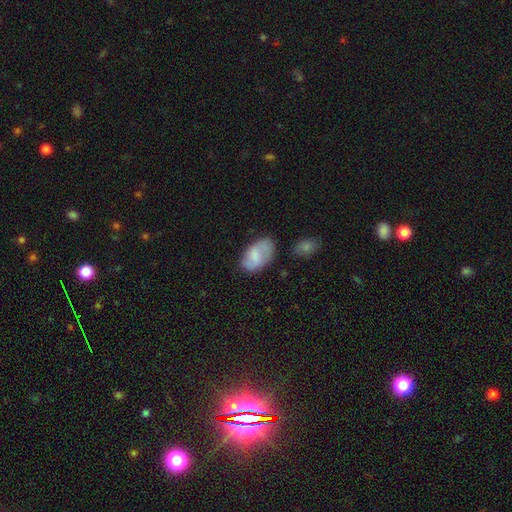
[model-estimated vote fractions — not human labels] Overall: smooth (66%). How rounded: in between (93%). Merging: none (64%; minor disturbance 24%).